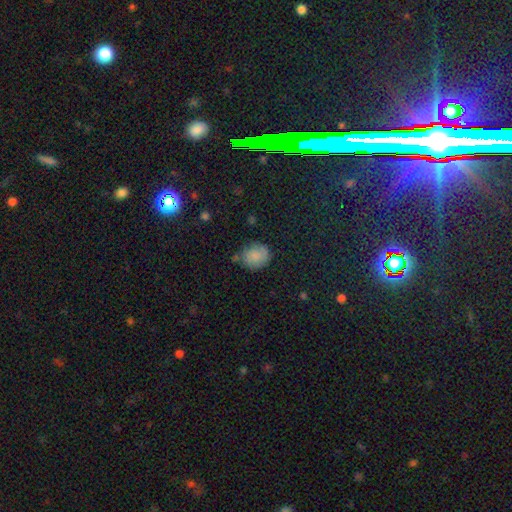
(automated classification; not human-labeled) Overall: smooth (83%). How rounded: round (65%; in between 34%). Merging: none (66%).